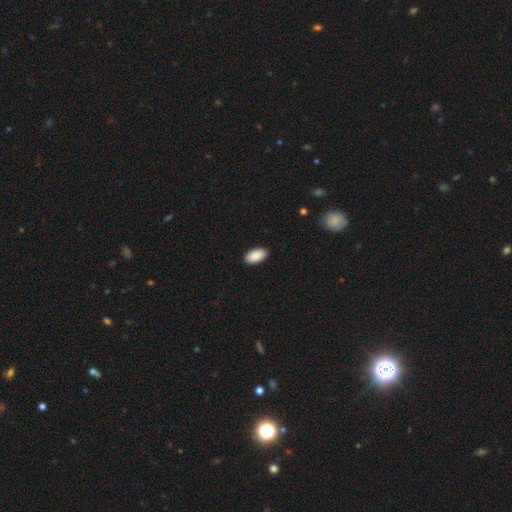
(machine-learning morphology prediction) This appears to be a smooth galaxy with no disk features (91%) that is in between round and cigar-shaped (96%). Merging: none (90%).